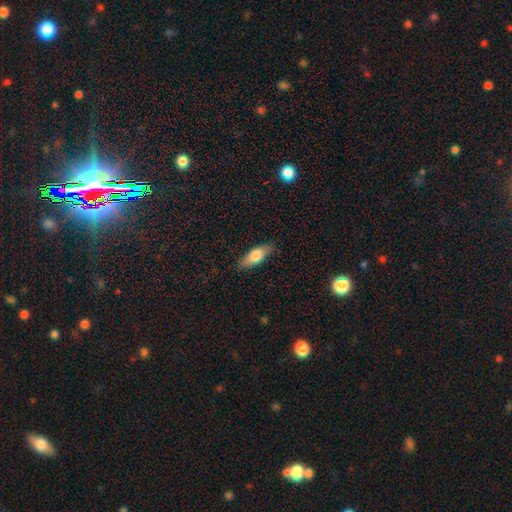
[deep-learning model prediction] Smooth or featured?
  - smooth: 73% *
  - featured or disk: 21%
  - star or artifact: 6%
How rounded?
  - in between: 70% *
  - cigar-shaped: 27%
  - round: 2%
Merging?
  - none: 84% *
  - minor disturbance: 12%
  - major disturbance: 3%
  - merger: 1%